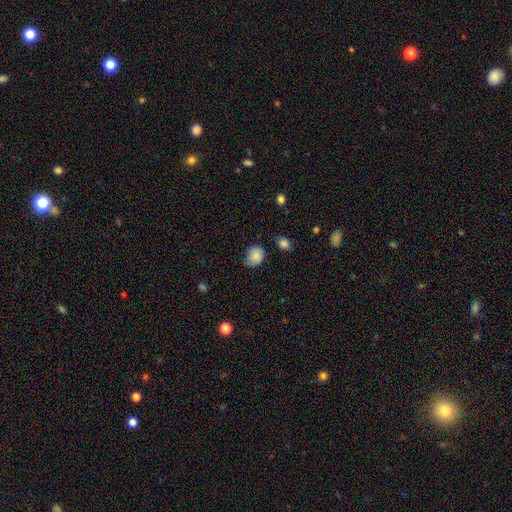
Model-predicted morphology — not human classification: This appears to be a smooth galaxy with no disk features (82%) that is round (56%). Merging: none (58%).